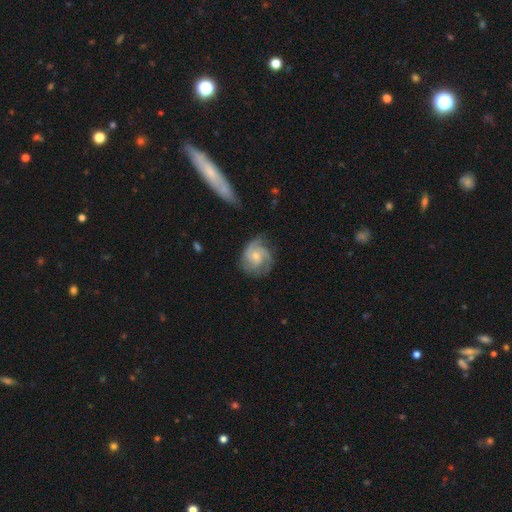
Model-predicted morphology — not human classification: Q: Smooth or featured?
A: featured or disk (81%); runner-up: smooth (14%)
Q: Edge-on disk?
A: no (98%); runner-up: yes (2%)
Q: Bar?
A: no (69%); runner-up: weak (27%)
Q: Spiral arms?
A: yes (96%); runner-up: no (4%)
Q: Spiral winding?
A: tight (47%); runner-up: medium (42%)
Q: Spiral arm count?
A: 3 (47%); runner-up: 2 (21%)
Q: Bulge size?
A: small (53%); runner-up: moderate (43%)
Q: Merging?
A: none (69%); runner-up: minor disturbance (22%)